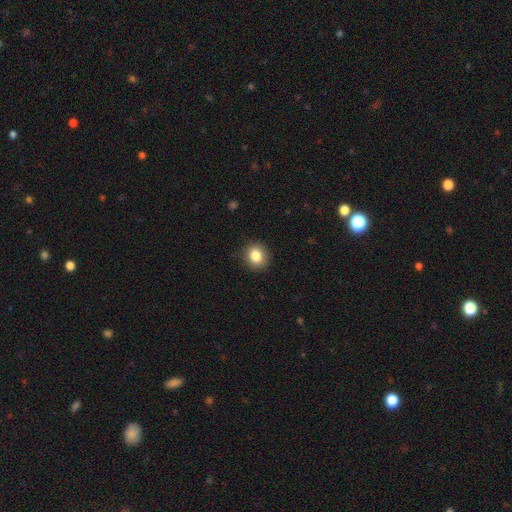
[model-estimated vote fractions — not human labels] A smooth galaxy with no disk features (85%) that is round (72%).

Vote fractions:
- Smooth or featured? smooth: 85% / star or artifact: 9% / featured or disk: 6%
- How rounded? round: 72% / in between: 27% / cigar-shaped: 1%
- Merging? none: 89% / minor disturbance: 8% / major disturbance: 2% / merger: 1%